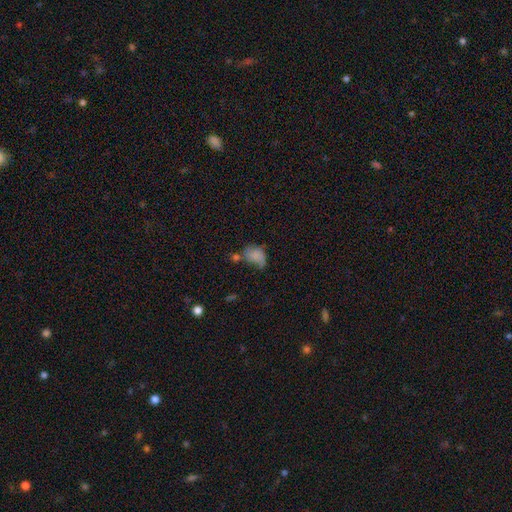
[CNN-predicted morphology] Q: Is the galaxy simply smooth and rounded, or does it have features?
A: smooth — 70%.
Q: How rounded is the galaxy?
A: in between — 72%.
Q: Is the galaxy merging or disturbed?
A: none — 33%.